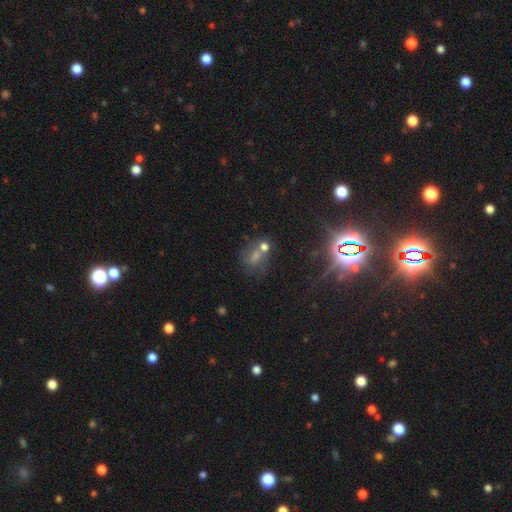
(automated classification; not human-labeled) Smooth or featured: star or artifact — 51% (smooth — 28%)